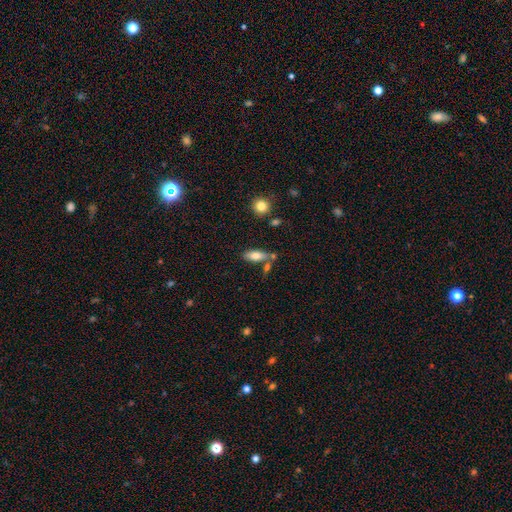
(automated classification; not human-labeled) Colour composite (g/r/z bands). It shows a smooth galaxy with no disk features (74%) that is in between round and cigar-shaped (75%). Merging: none (61%).